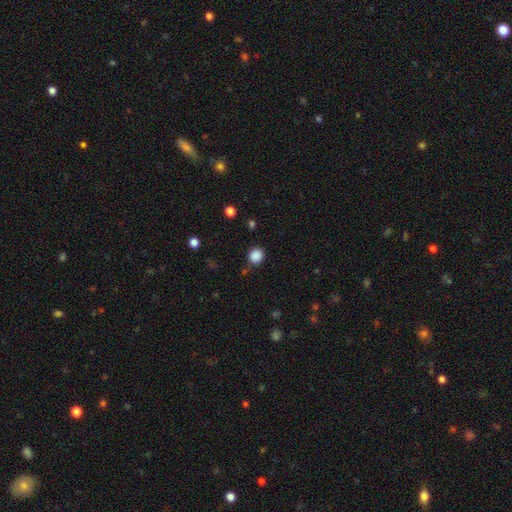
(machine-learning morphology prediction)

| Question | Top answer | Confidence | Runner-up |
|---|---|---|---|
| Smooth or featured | smooth | 86% | star or artifact (11%) |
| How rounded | round | 88% | in between (11%) |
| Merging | none | 83% | minor disturbance (10%) |